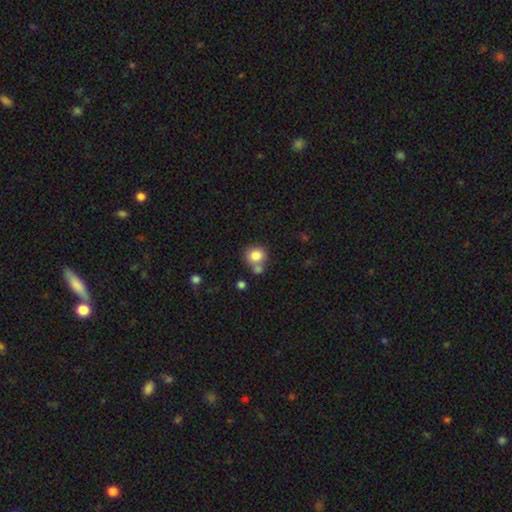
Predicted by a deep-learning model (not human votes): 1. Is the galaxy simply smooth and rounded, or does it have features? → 82% smooth, 10% star or artifact, 8% featured or disk.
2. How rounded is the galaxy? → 80% round, 19% in between, 1% cigar-shaped.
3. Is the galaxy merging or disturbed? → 57% none, 28% merger, 11% minor disturbance, 4% major disturbance.